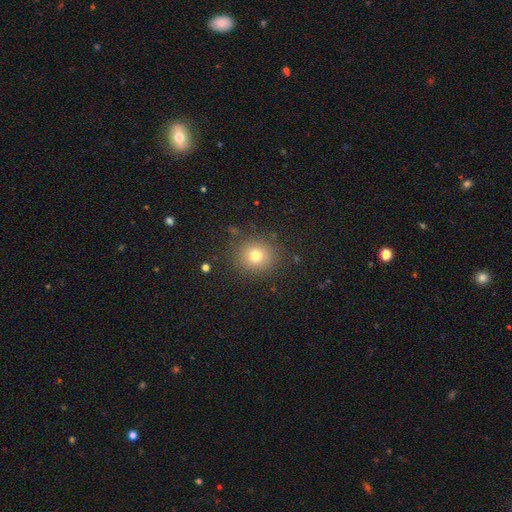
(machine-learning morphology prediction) A smooth galaxy with no disk features (75%) that is round (88%).

Vote fractions:
- Smooth or featured? smooth: 75% / star or artifact: 15% / featured or disk: 10%
- How rounded? round: 88% / in between: 11% / cigar-shaped: 1%
- Merging? none: 86% / minor disturbance: 8% / major disturbance: 4% / merger: 2%